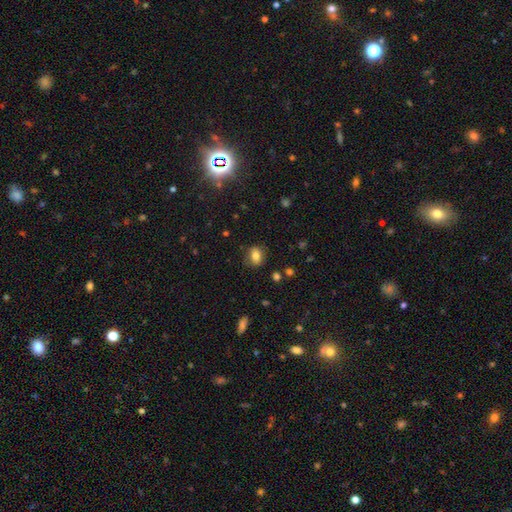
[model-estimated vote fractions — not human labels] Q: Smooth or featured?
A: smooth (79%); runner-up: star or artifact (11%)
Q: How rounded?
A: in between (60%); runner-up: round (39%)
Q: Merging?
A: none (81%); runner-up: minor disturbance (13%)